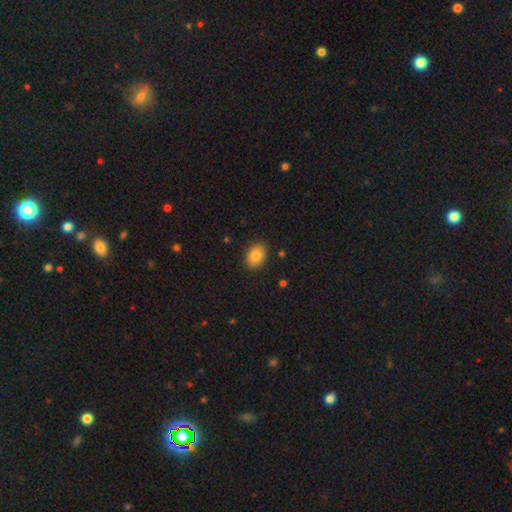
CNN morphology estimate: Smooth or featured? smooth (83%)
How rounded? in between (72%)
Merging? none (88%)